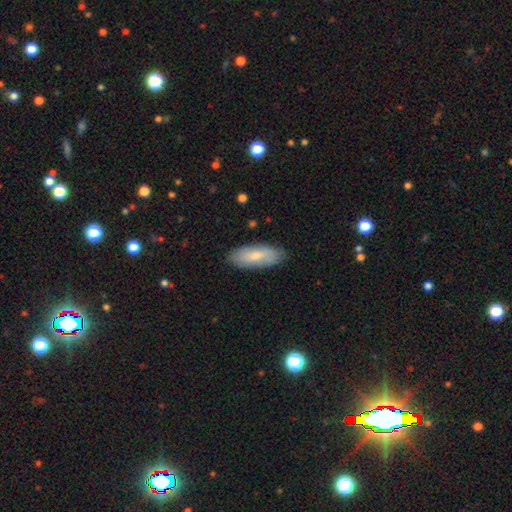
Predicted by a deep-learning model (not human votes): This appears to be a smooth galaxy with no disk features (73%) that is in between round and cigar-shaped (75%). Merging: none (85%).